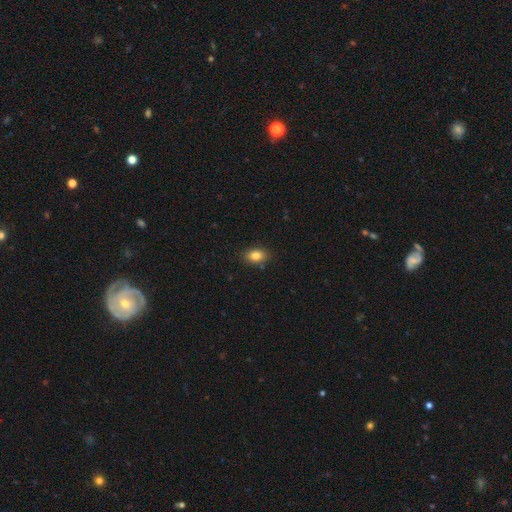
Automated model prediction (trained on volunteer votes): Smooth or featured?
  - smooth: 83% *
  - star or artifact: 9%
  - featured or disk: 8%
How rounded?
  - in between: 81% *
  - round: 18%
  - cigar-shaped: 2%
Merging?
  - none: 86% *
  - minor disturbance: 10%
  - major disturbance: 2%
  - merger: 2%